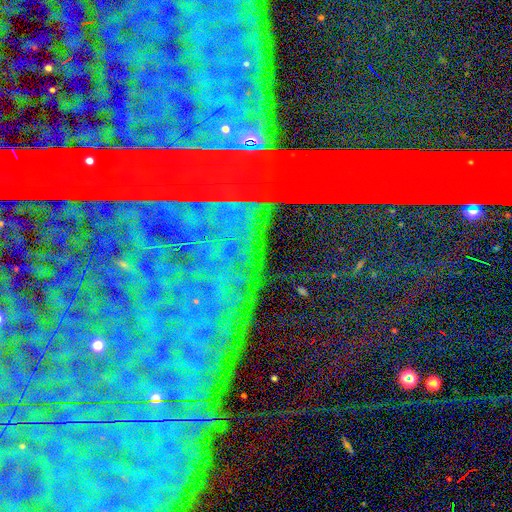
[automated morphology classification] Smooth or featured? Predicted: star or artifact (p=0.86).